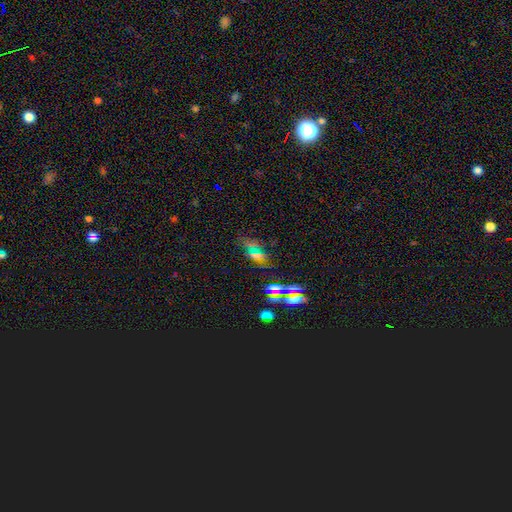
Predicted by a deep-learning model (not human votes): A star or artifact, not a galaxy (48%).